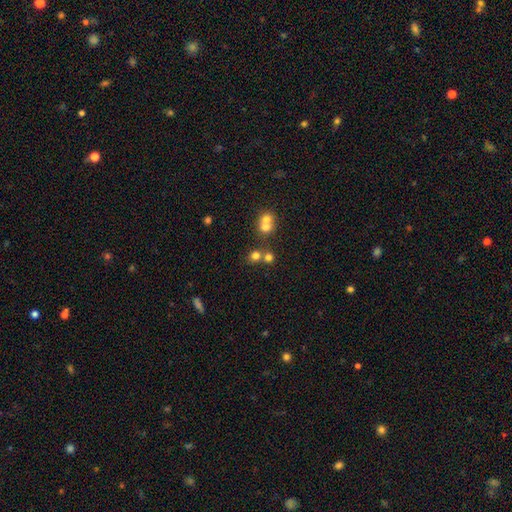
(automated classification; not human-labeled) Overall: smooth (71%). How rounded: round (84%). Merging: none (53%; merger 37%).